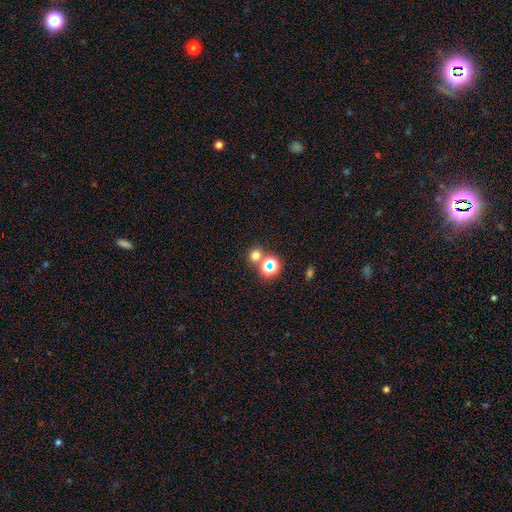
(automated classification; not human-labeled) Smooth or featured?
  - smooth: 64% *
  - star or artifact: 28%
  - featured or disk: 7%
How rounded?
  - round: 82% *
  - in between: 17%
  - cigar-shaped: 1%
Merging?
  - none: 71% *
  - merger: 19%
  - minor disturbance: 7%
  - major disturbance: 3%